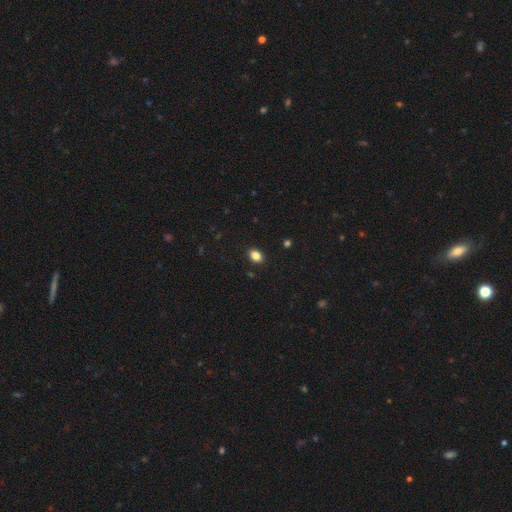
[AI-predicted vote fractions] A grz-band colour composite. It shows a smooth galaxy with no disk features (85%) that is in between round and cigar-shaped (80%). Merging: none (89%).